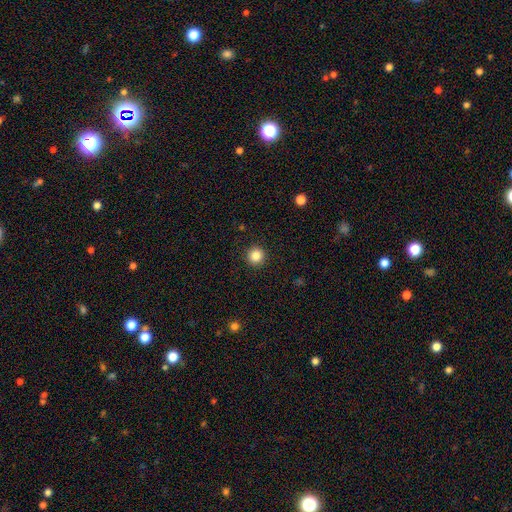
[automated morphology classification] A smooth galaxy with no disk features (85%) that is round (95%).

Vote fractions:
- Smooth or featured? smooth: 85% / star or artifact: 10% / featured or disk: 4%
- How rounded? round: 95% / in between: 4% / cigar-shaped: 1%
- Merging? none: 93% / minor disturbance: 5% / major disturbance: 2% / merger: 1%